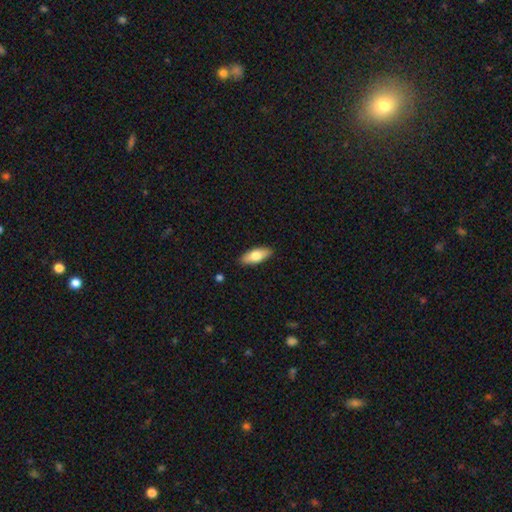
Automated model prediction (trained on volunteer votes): Smooth or featured? smooth (74%)
How rounded? in between (78%)
Merging? none (88%)